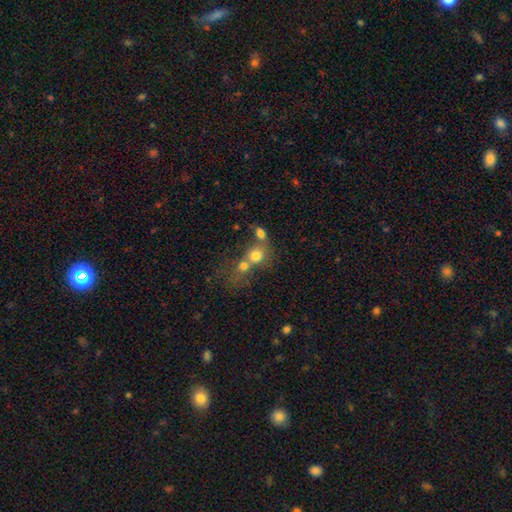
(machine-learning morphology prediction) type=smooth (72%); roundness=round (76%); merging=merger (54%).